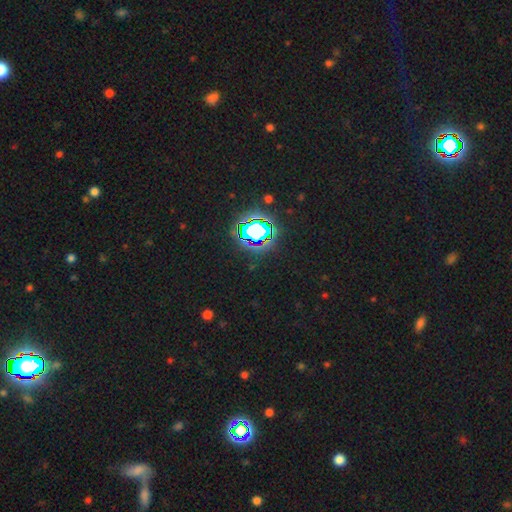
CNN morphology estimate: smooth-or-featured: star or artifact: 80% | smooth: 13% | featured or disk: 7%